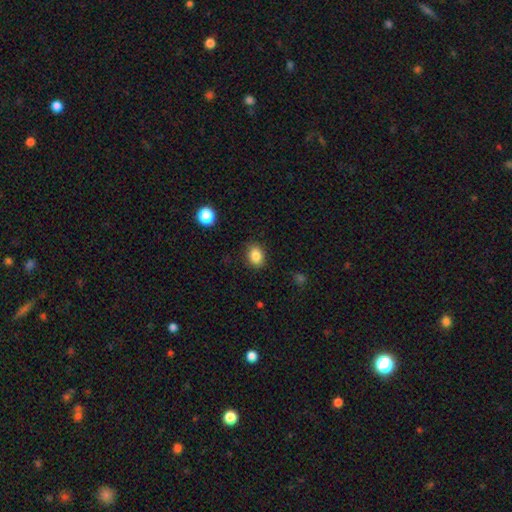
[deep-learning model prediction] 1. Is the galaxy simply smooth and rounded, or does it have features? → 86% smooth, 10% star or artifact, 5% featured or disk.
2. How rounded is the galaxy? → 59% in between, 40% round, 1% cigar-shaped.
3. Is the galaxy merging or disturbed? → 85% none, 11% minor disturbance, 3% major disturbance, 1% merger.